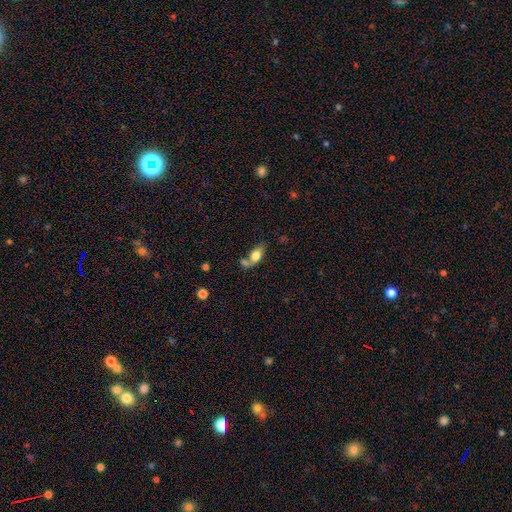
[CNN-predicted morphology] smooth_or_featured: smooth (p=0.70) [alt: featured or disk p=0.21]
how_rounded: in between (p=0.81) [alt: cigar-shaped p=0.10]
merging: none (p=0.40) [alt: merger p=0.34]